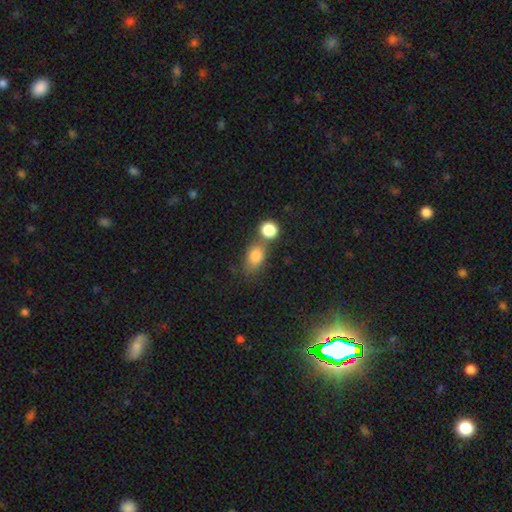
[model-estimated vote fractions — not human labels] smooth 81%, star or artifact 10%, featured or disk 8%. Down the decision tree: how rounded — in between (68%); merging — none (45%).